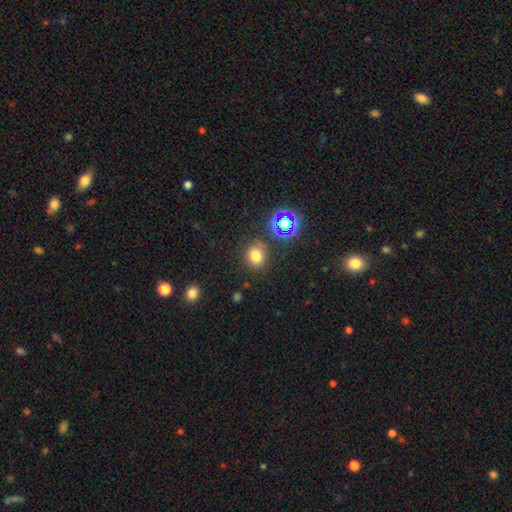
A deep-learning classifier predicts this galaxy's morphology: Q: Smooth or featured?
A: smooth (72%); runner-up: star or artifact (21%)
Q: How rounded?
A: round (79%); runner-up: in between (20%)
Q: Merging?
A: none (82%); runner-up: minor disturbance (10%)